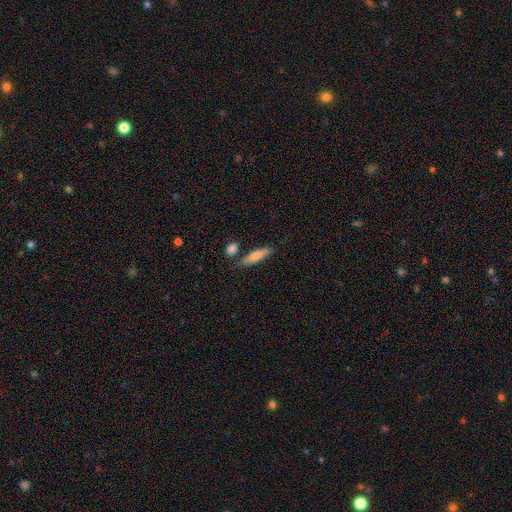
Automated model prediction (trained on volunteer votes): Smooth or featured: smooth — 69% (featured or disk — 25%)
How rounded: cigar-shaped — 76% (in between — 21%)
Merging: none — 76% (minor disturbance — 13%)